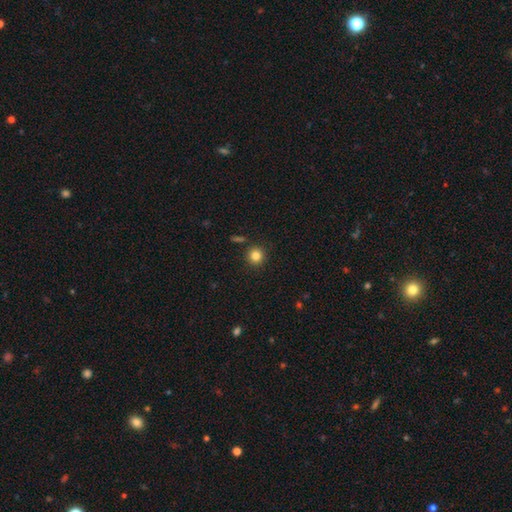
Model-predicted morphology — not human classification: Smooth or featured? Predicted: smooth (p=0.84). How rounded? Predicted: round (p=0.93). Merging? Predicted: none (p=0.88).